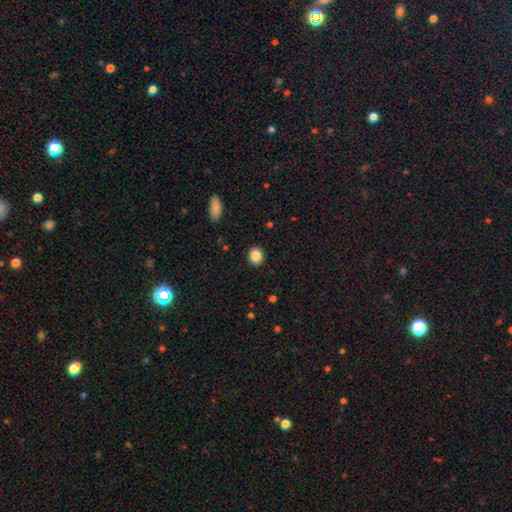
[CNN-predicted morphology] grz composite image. It shows a smooth galaxy with no disk features (86%) that is round (58%). Merging: none (91%).